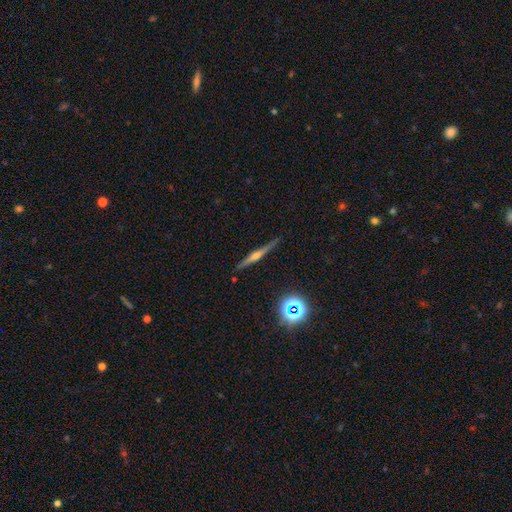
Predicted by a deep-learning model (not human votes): Smooth or featured: featured or disk — 73% (smooth — 16%)
Edge-on disk: yes — 98% (no — 2%)
Edge-on bulge: rounded — 84% (boxy — 8%)
Merging: none — 88% (minor disturbance — 9%)